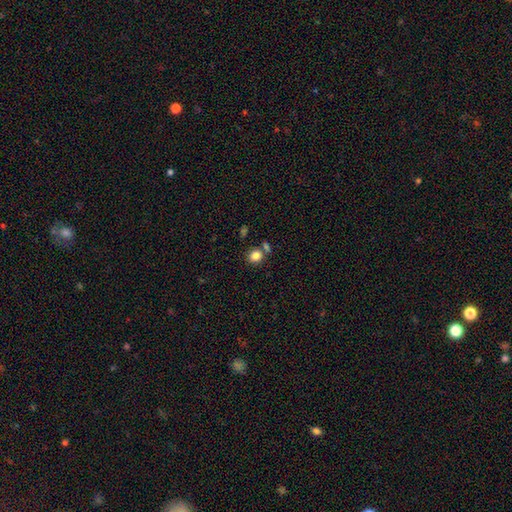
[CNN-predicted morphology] The model was most divided on "merging": none: 72%, merger: 16%, minor disturbance: 9%, major disturbance: 3%. More confident: how rounded — round (84%); smooth or featured — smooth (83%).